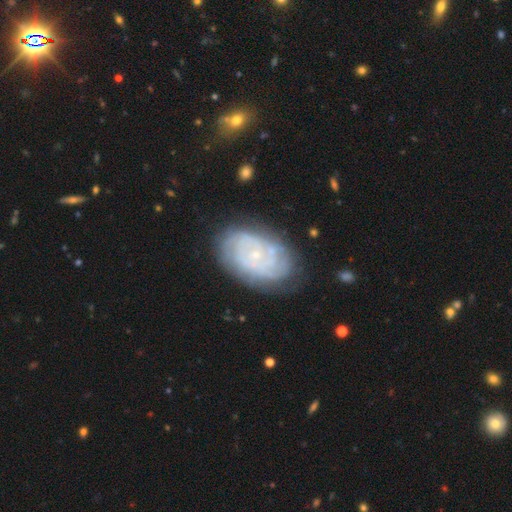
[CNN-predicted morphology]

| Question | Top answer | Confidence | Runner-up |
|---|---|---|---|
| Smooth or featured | featured or disk | 78% | smooth (15%) |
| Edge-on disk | no | 97% | yes (3%) |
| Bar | no | 77% | weak (19%) |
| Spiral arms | yes | 90% | no (10%) |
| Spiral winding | tight | 74% | medium (20%) |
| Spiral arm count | can't tell | 45% | 2 (18%) |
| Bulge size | small | 82% | moderate (13%) |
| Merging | none | 74% | minor disturbance (18%) |